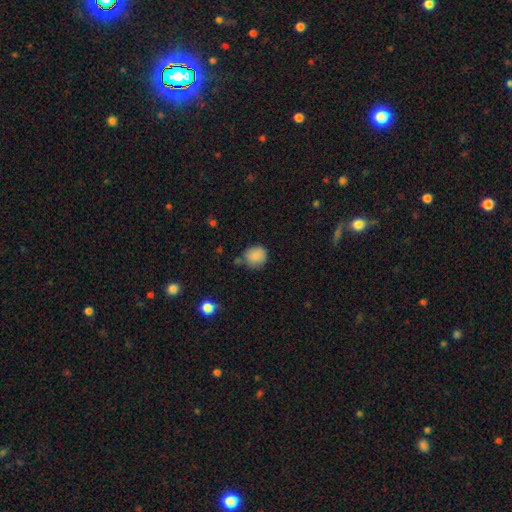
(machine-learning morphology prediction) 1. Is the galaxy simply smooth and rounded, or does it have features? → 86% smooth, 8% star or artifact, 5% featured or disk.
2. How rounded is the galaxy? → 86% round, 13% in between, 1% cigar-shaped.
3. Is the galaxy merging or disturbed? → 73% none, 18% minor disturbance, 5% merger, 4% major disturbance.